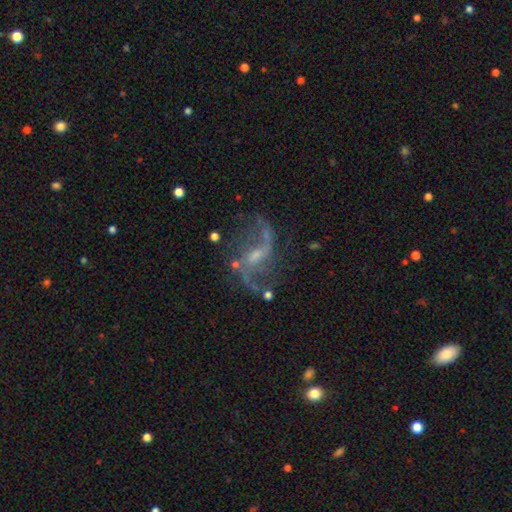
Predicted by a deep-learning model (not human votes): smooth-or-featured: featured or disk: 88% | star or artifact: 7% | smooth: 4%
  disk-edge-on: no: 97% | yes: 3%
    bar: weak: 55% | no: 25% | strong: 20%
    has-spiral-arms: yes: 95% | no: 5%
      spiral-winding: loose: 79% | medium: 17% | tight: 4%
      spiral-arm-count: 2: 89% | can't tell: 3% | 1: 3% | 3: 2% | 4: 2% | more than 4: 2%
    bulge-size: small: 55% | moderate: 27% | none: 15% | large: 2% | dominant: 1%
  merging: none: 63% | minor disturbance: 17% | major disturbance: 15% | merger: 5%